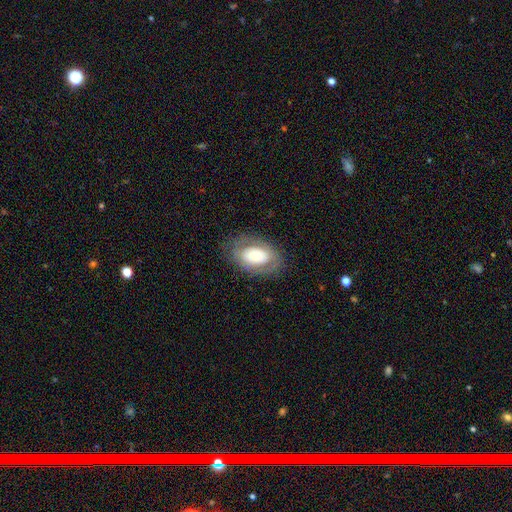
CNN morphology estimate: Smooth or featured? Predicted: smooth (p=0.52). How rounded? Predicted: in between (p=0.89). Merging? Predicted: none (p=0.76).